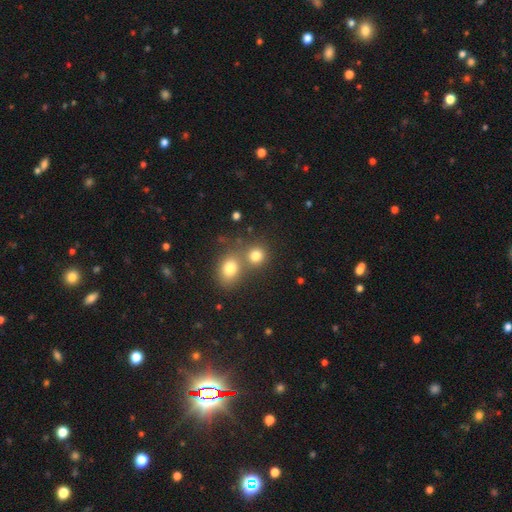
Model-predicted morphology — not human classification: Smooth or featured: smooth — 79% (star or artifact — 12%)
How rounded: round — 77% (in between — 22%)
Merging: none — 48% (merger — 42%)